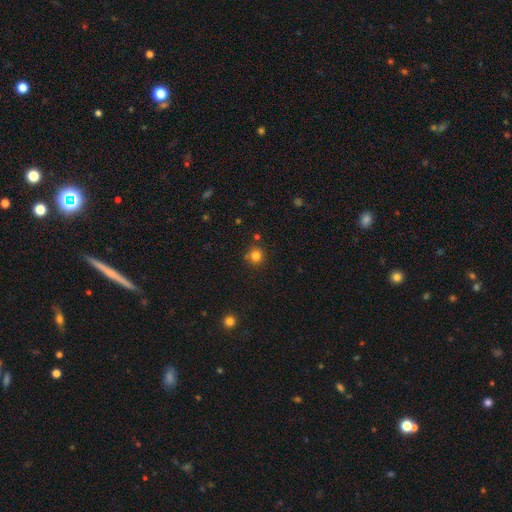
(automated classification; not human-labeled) Smooth or featured? Predicted: smooth (p=0.82). How rounded? Predicted: round (p=0.93). Merging? Predicted: none (p=0.84).